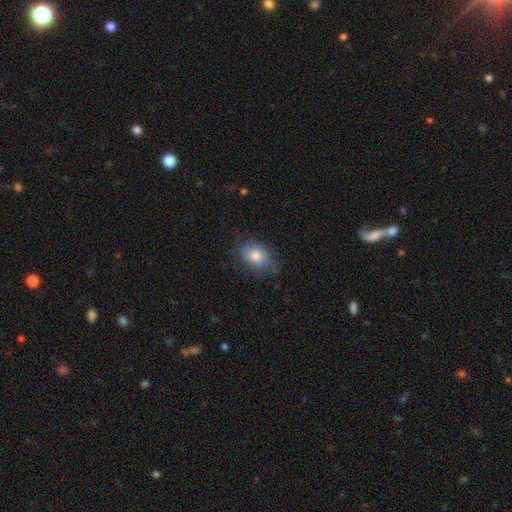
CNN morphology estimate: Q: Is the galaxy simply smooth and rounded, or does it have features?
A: smooth — 75%.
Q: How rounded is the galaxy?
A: in between — 75%.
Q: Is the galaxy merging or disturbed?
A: none — 64%.